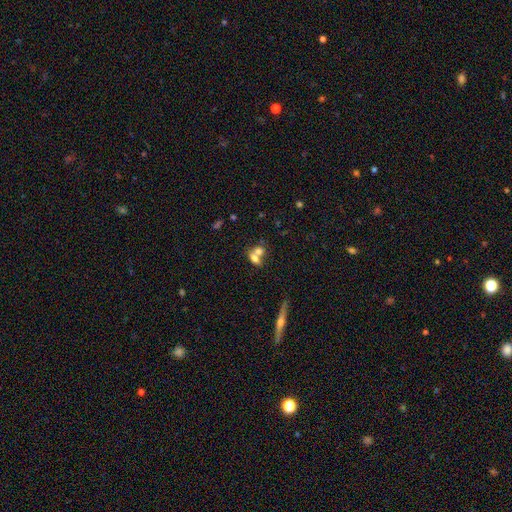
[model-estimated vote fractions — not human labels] This is likely a smooth galaxy (67%). How rounded: likely in between (64%). Merging: possibly merger (59%).